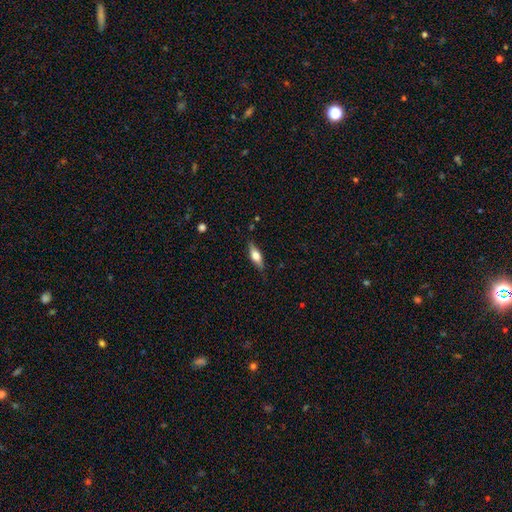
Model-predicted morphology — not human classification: smooth_or_featured: smooth (p=0.57) [alt: featured or disk p=0.36]
how_rounded: in between (p=0.61) [alt: cigar-shaped p=0.36]
merging: none (p=0.82) [alt: minor disturbance p=0.14]